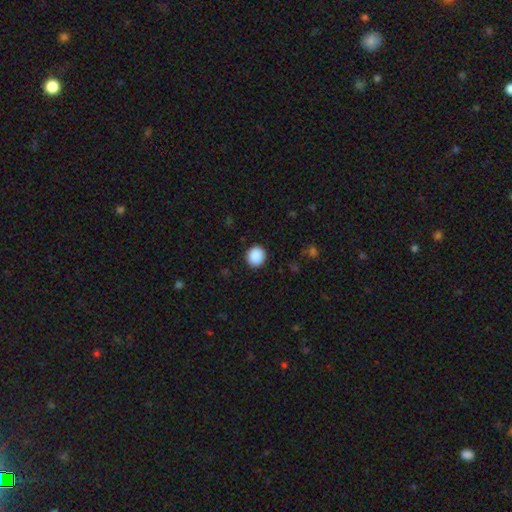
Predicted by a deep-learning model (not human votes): This appears to be a smooth galaxy with no disk features (90%) that is round (88%). Merging: none (91%).